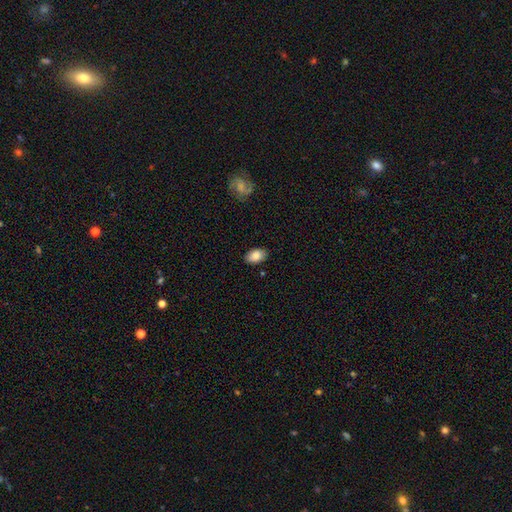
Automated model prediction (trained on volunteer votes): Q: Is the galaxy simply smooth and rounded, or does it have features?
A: smooth — 84%.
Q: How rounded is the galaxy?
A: in between — 92%.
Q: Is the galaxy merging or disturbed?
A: none — 86%.